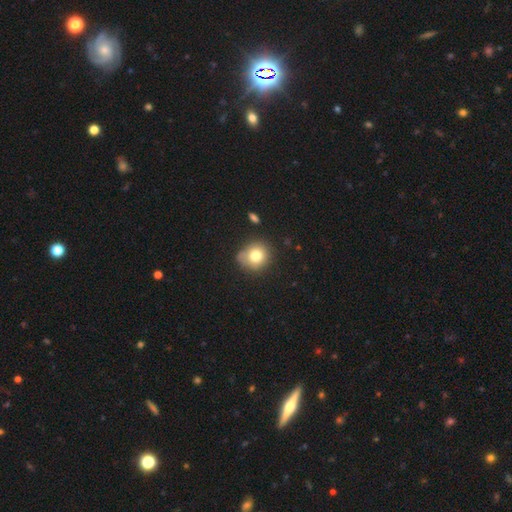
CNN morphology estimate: Overall: smooth (77%). How rounded: round (84%). Merging: none (70%).